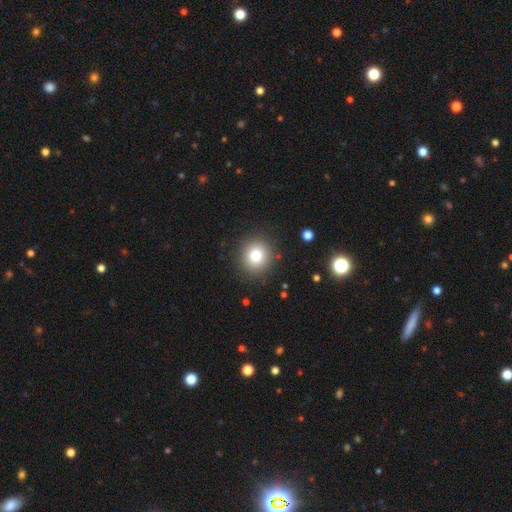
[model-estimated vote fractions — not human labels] Morphology: type=smooth (78%); roundness=round (91%); merging=none (89%).